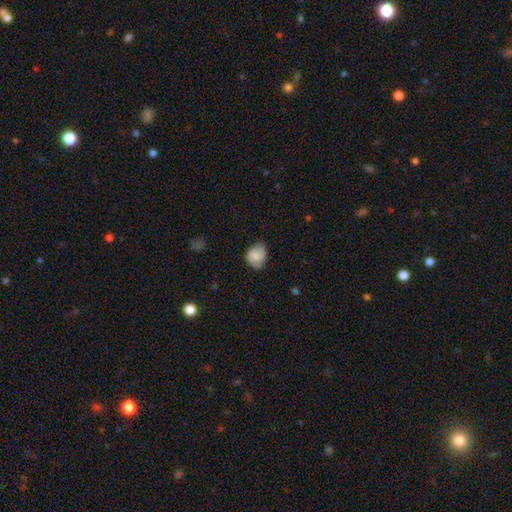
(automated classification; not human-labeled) This appears to be a smooth galaxy with no disk features (67%) that is round (50%). Merging: none (61%).